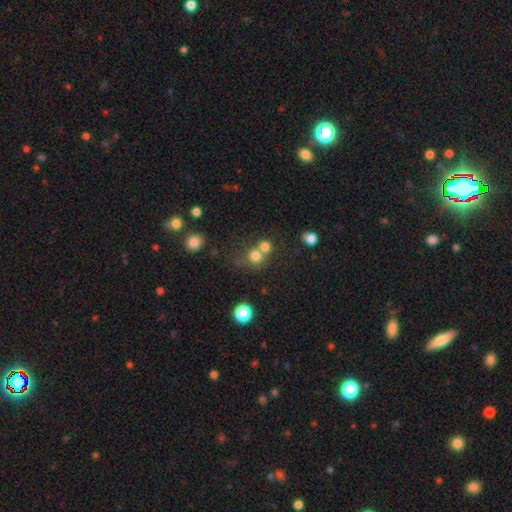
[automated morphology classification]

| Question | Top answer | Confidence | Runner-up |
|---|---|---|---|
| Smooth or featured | smooth | 76% | star or artifact (15%) |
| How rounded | round | 87% | in between (12%) |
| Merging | none | 47% | merger (42%) |